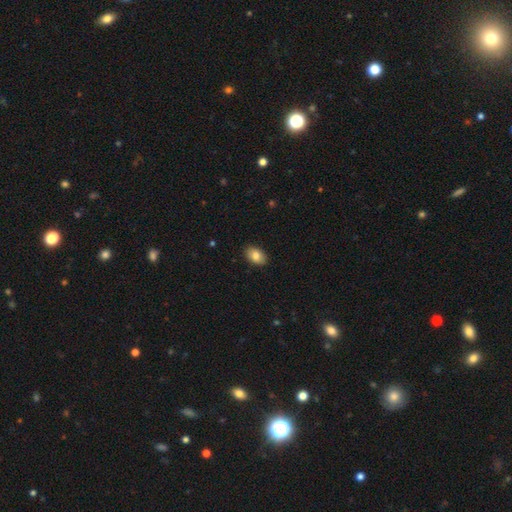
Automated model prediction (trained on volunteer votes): smooth_or_featured: smooth (p=0.84) [alt: featured or disk p=0.09]
how_rounded: in between (p=0.88) [alt: round p=0.10]
merging: none (p=0.89) [alt: minor disturbance p=0.08]